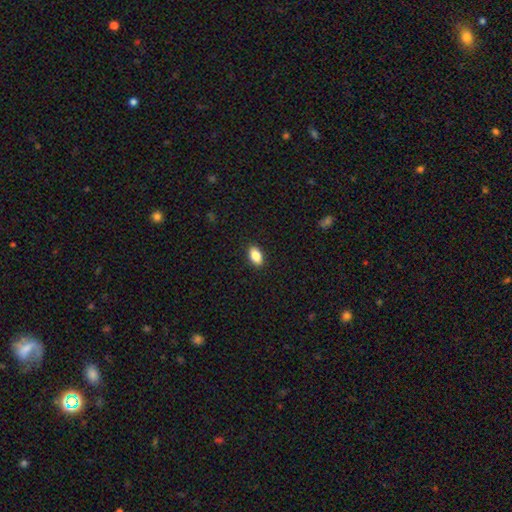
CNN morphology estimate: A smooth galaxy with no disk features (86%) that is in between round and cigar-shaped (91%). Merging: none (90%).